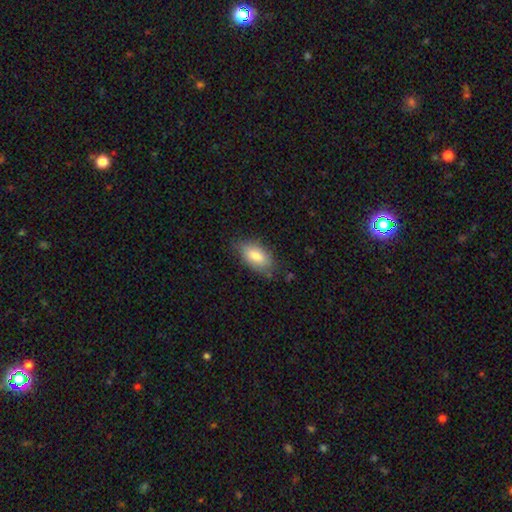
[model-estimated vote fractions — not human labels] Overall: smooth (80%). How rounded: in between (91%). Merging: none (76%).